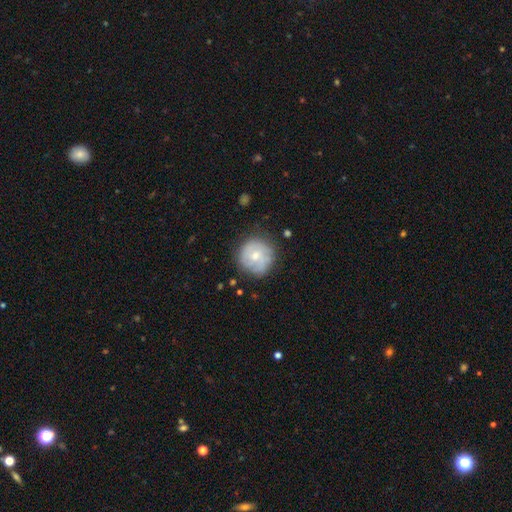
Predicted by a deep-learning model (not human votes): smooth-or-featured: smooth: 47% | featured or disk: 46% | star or artifact: 7%
  merging: none: 73% | minor disturbance: 18% | major disturbance: 7% | merger: 2%